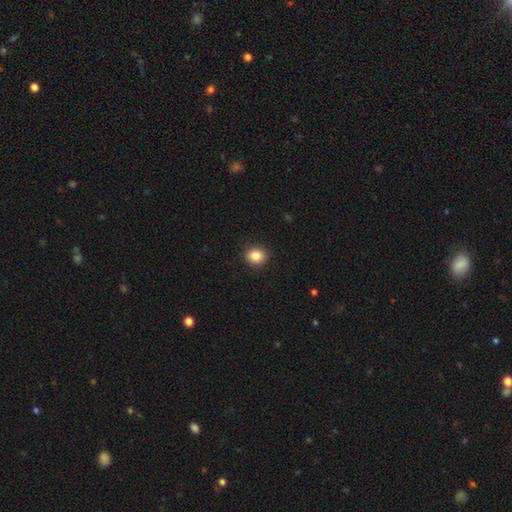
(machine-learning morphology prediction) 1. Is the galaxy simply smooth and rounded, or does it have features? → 86% smooth, 10% star or artifact, 5% featured or disk.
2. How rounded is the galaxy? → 71% round, 28% in between, 1% cigar-shaped.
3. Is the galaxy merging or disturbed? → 91% none, 6% minor disturbance, 2% major disturbance, 1% merger.